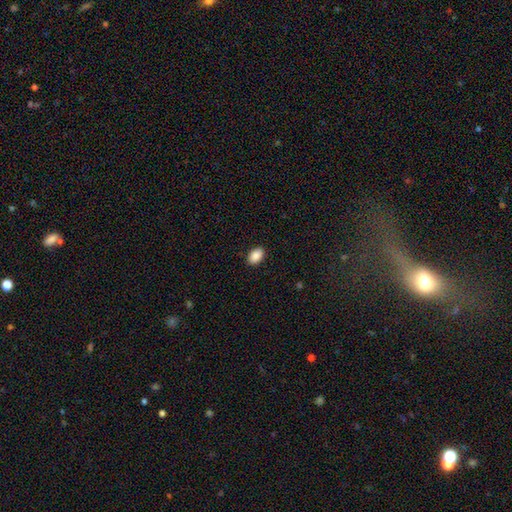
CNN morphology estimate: smooth_or_featured: smooth (p=0.89) [alt: star or artifact p=0.07]
how_rounded: in between (p=0.90) [alt: round p=0.09]
merging: none (p=0.90) [alt: minor disturbance p=0.07]